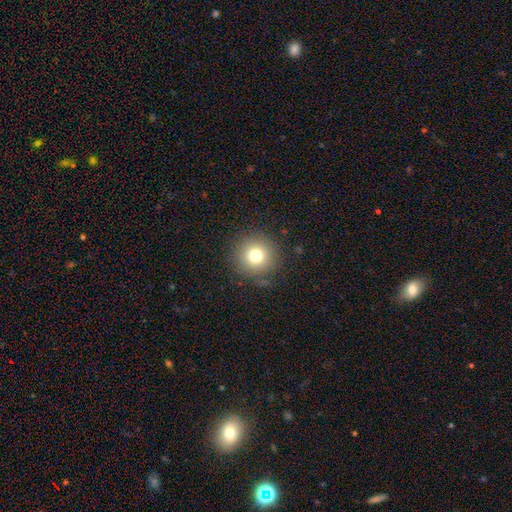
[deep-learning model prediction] Smooth or featured? smooth (76%)
How rounded? round (95%)
Merging? none (88%)